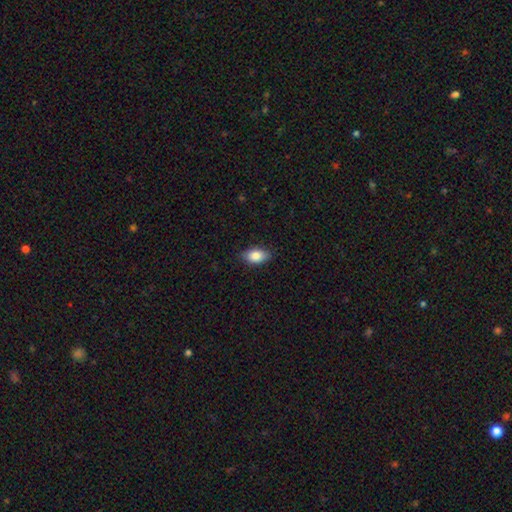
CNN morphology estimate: type=smooth (85%); roundness=in between (90%); merging=none (84%).